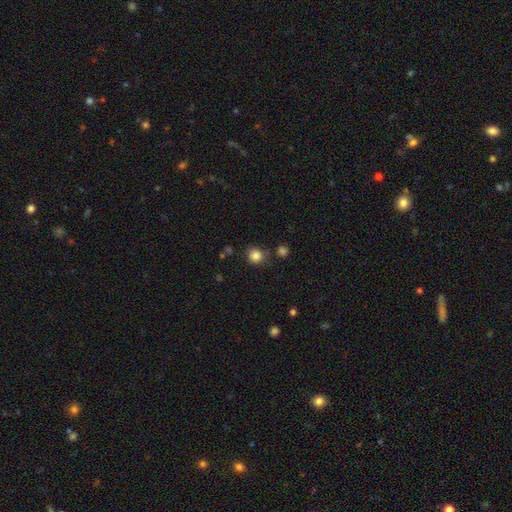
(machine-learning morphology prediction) Overall: smooth (84%). How rounded: round (87%). Merging: none (77%).